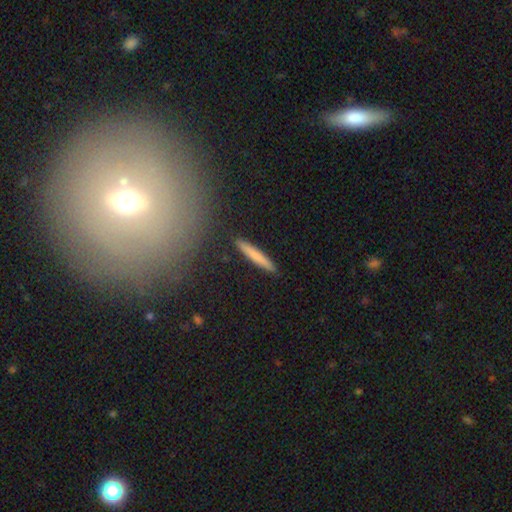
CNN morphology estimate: smooth_or_featured: smooth (p=0.76) [alt: featured or disk p=0.18]
how_rounded: cigar-shaped (p=0.95) [alt: in between p=0.04]
merging: none (p=0.90) [alt: minor disturbance p=0.06]